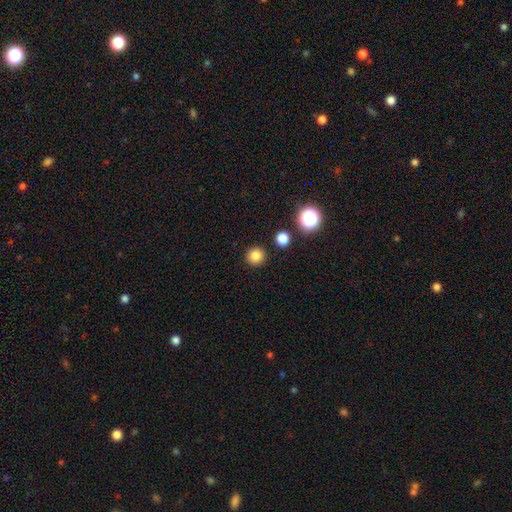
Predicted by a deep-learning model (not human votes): Overall: smooth (82%). How rounded: round (94%). Merging: none (91%).